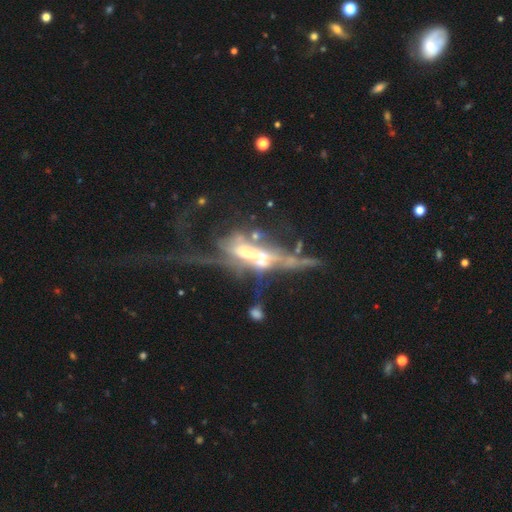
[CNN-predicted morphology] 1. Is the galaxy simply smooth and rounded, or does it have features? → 74% featured or disk, 13% star or artifact, 13% smooth.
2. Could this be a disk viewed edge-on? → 65% no, 35% yes.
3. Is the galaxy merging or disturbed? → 49% merger, 30% major disturbance, 13% none, 8% minor disturbance.